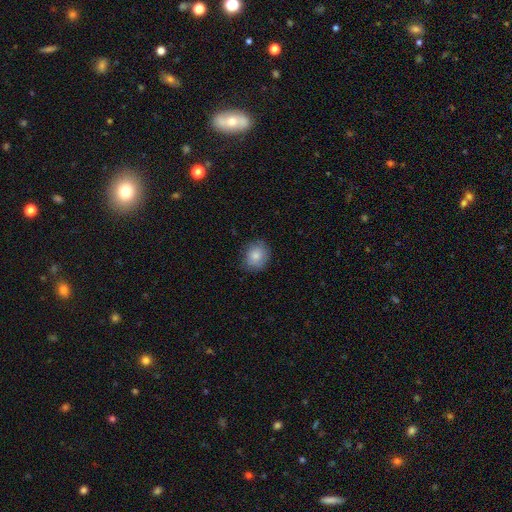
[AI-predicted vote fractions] Smooth or featured? Predicted: smooth (p=0.83). How rounded? Predicted: round (p=0.73). Merging? Predicted: none (p=0.81).